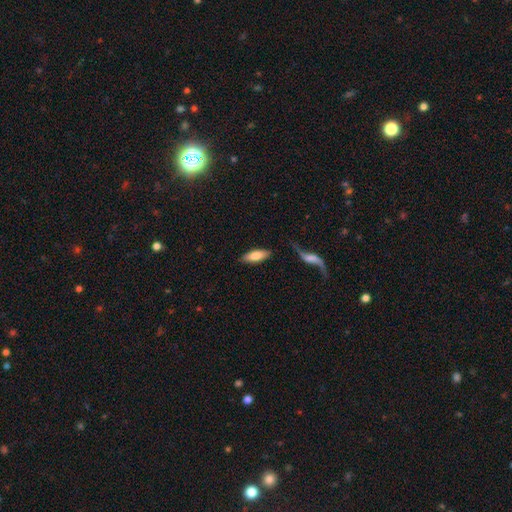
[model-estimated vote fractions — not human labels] Overall: smooth (75%). How rounded: in between (72%). Merging: none (79%).